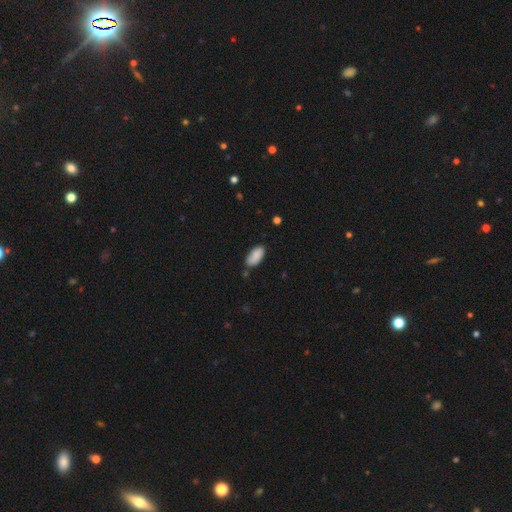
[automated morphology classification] smooth_or_featured: smooth (p=0.87) [alt: star or artifact p=0.07]
how_rounded: in between (p=0.92) [alt: cigar-shaped p=0.07]
merging: none (p=0.75) [alt: minor disturbance p=0.19]